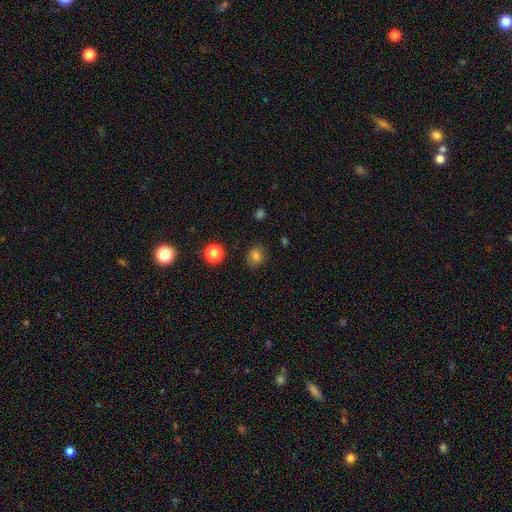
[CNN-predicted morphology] Smooth or featured: smooth — 80% (star or artifact — 14%)
How rounded: round — 74% (in between — 25%)
Merging: none — 83% (minor disturbance — 12%)